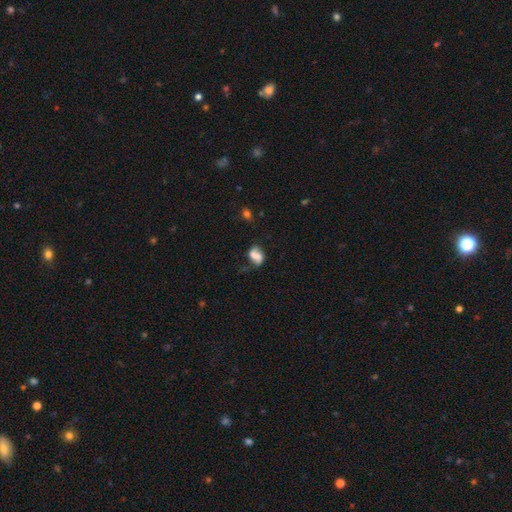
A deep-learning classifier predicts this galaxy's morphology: This is likely a smooth galaxy (60%). How rounded: likely in between (77%). Merging: marginally none (37%).